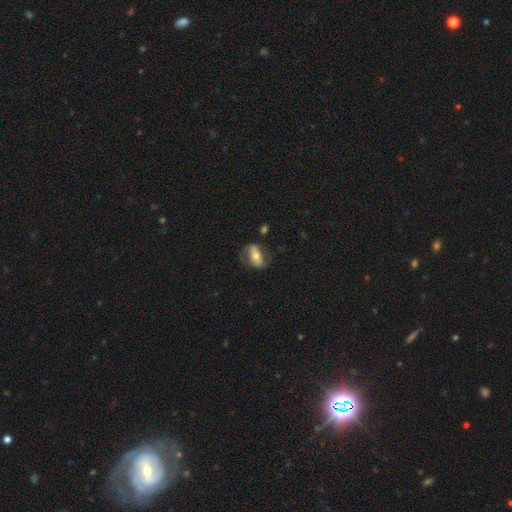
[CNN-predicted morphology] type=featured or disk (47%, tied with smooth); merging=none (62%).